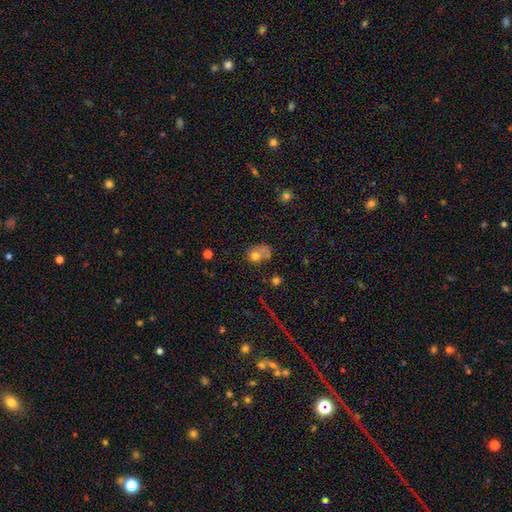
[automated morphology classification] This is likely a smooth galaxy (68%). How rounded: possibly round (49%, tied with in between). Merging: marginally none (31%).